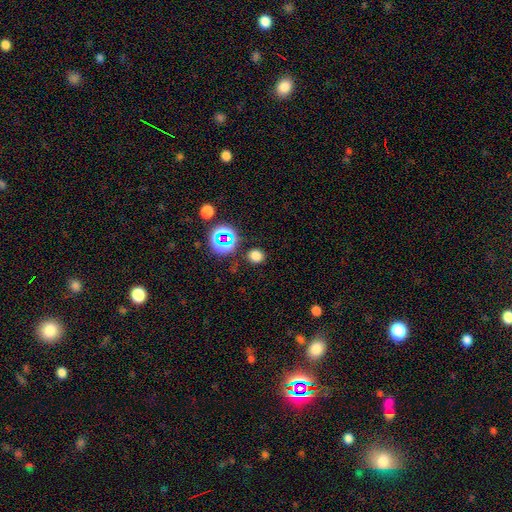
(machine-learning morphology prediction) A smooth galaxy with no disk features (72%) that is round (85%). Merging: none (86%).